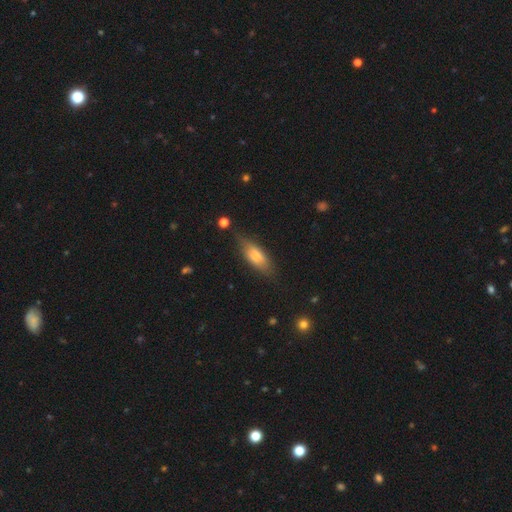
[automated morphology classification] smooth-or-featured: smooth: 70% | featured or disk: 23% | star or artifact: 7%
  how-rounded: in between: 66% | cigar-shaped: 31% | round: 3%
  merging: none: 69% | minor disturbance: 23% | major disturbance: 6% | merger: 2%